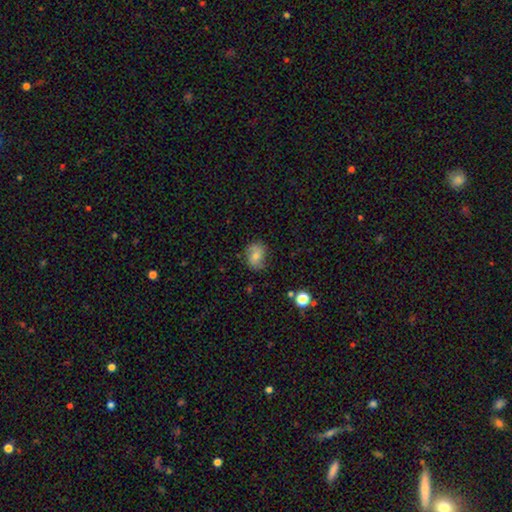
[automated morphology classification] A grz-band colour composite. It shows a smooth galaxy with no disk features (54%) that is in between round and cigar-shaped (52%). Merging: none (74%).